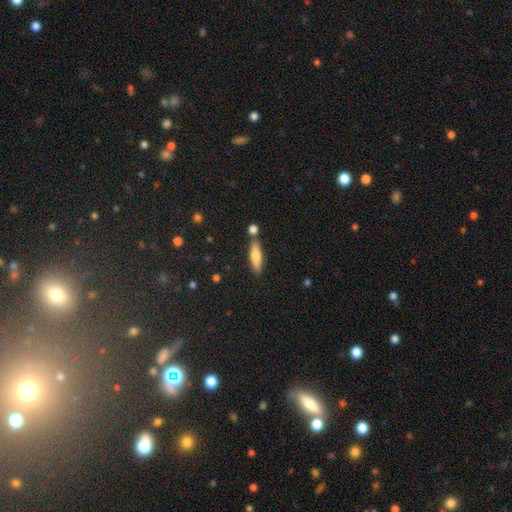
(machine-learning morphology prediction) Smooth or featured: smooth — 71% (featured or disk — 22%)
How rounded: cigar-shaped — 62% (in between — 36%)
Merging: none — 76% (minor disturbance — 11%)